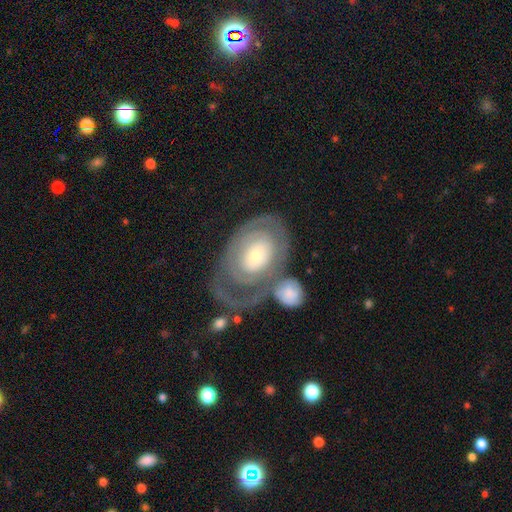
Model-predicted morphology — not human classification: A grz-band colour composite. It shows a featured or disk galaxy (71%) with no bar (82%), spiral arms (64%) and a small central bulge (56%). Merging: none (42%).